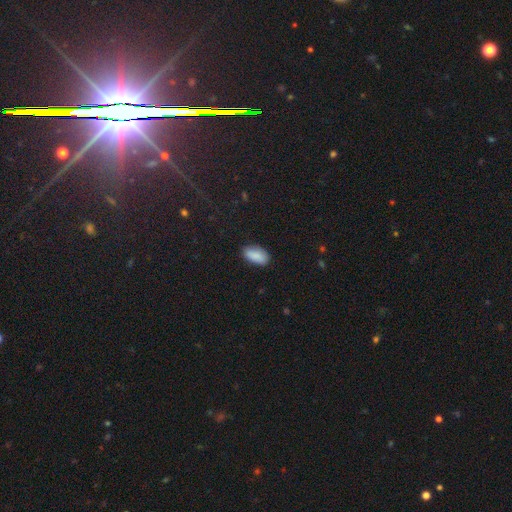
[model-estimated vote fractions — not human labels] Smooth or featured?
  - smooth: 89% *
  - star or artifact: 7%
  - featured or disk: 4%
How rounded?
  - in between: 93% *
  - cigar-shaped: 4%
  - round: 3%
Merging?
  - none: 83% *
  - minor disturbance: 13%
  - major disturbance: 3%
  - merger: 1%